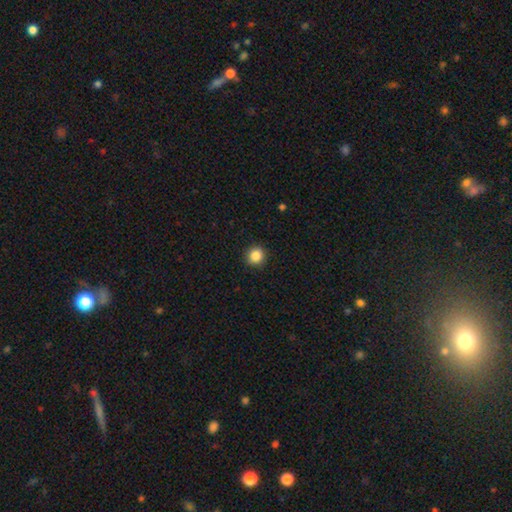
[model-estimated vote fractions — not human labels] smooth_or_featured: smooth (p=0.86) [alt: star or artifact p=0.10]
how_rounded: round (p=0.91) [alt: in between p=0.08]
merging: none (p=0.91) [alt: minor disturbance p=0.06]